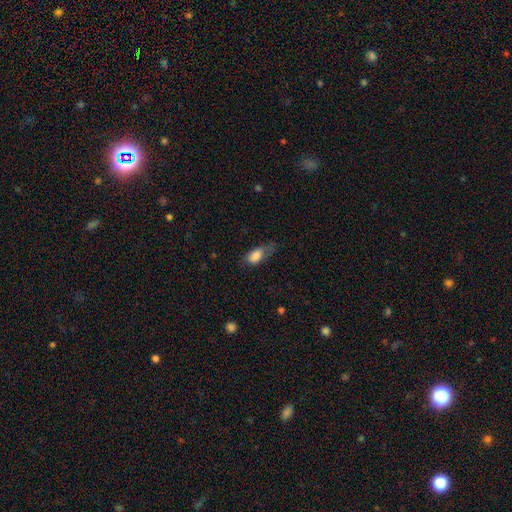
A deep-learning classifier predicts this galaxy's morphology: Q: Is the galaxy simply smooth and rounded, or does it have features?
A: smooth — 81%.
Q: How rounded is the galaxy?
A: in between — 87%.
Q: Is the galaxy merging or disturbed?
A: minor disturbance — 39%.